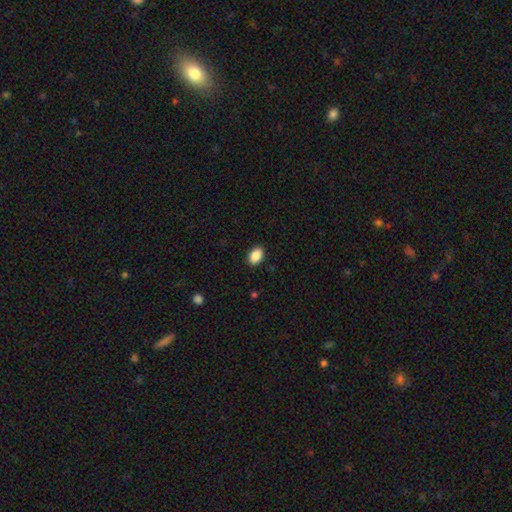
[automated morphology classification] This is clearly a smooth galaxy (89%). How rounded: clearly in between (88%). Merging: clearly none (90%).